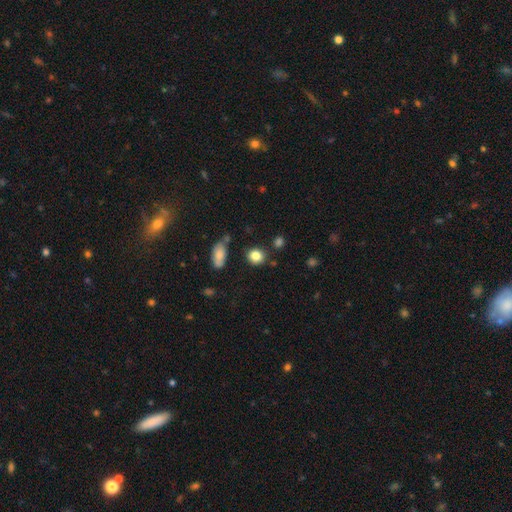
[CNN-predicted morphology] This appears to be a smooth galaxy with no disk features (84%) that is round (78%). Merging: none (82%).